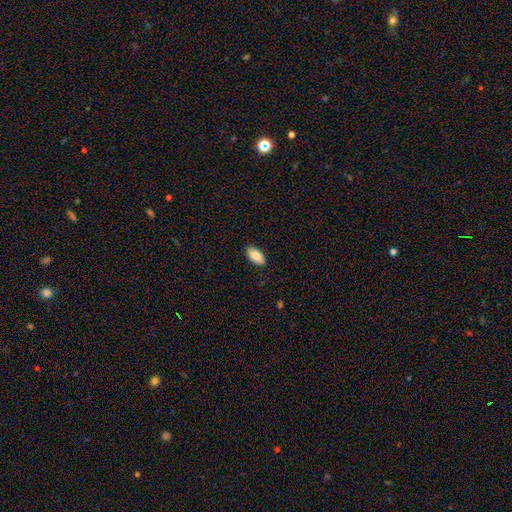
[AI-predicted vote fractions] smooth_or_featured: smooth (p=0.83) [alt: featured or disk p=0.10]
how_rounded: in between (p=0.93) [alt: cigar-shaped p=0.04]
merging: none (p=0.88) [alt: minor disturbance p=0.09]